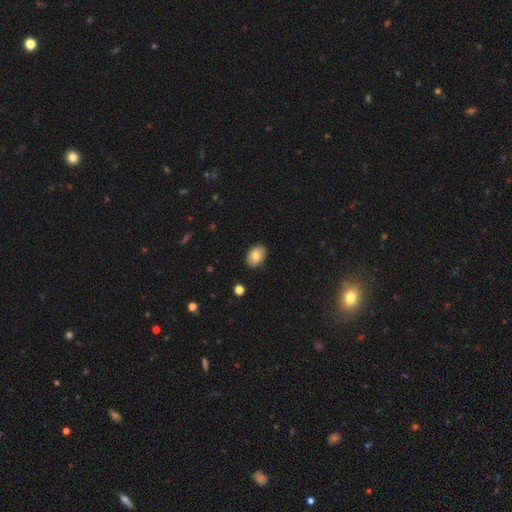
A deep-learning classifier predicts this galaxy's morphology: This appears to be a smooth galaxy with no disk features (80%) that is in between round and cigar-shaped (83%). Merging: none (88%).